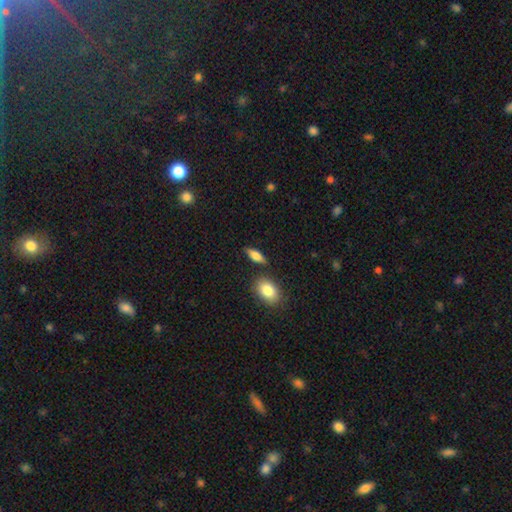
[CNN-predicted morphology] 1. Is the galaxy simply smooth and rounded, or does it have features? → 70% smooth, 22% featured or disk, 7% star or artifact.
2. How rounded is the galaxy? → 68% in between, 27% cigar-shaped, 5% round.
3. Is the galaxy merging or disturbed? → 80% none, 11% minor disturbance, 6% merger, 3% major disturbance.